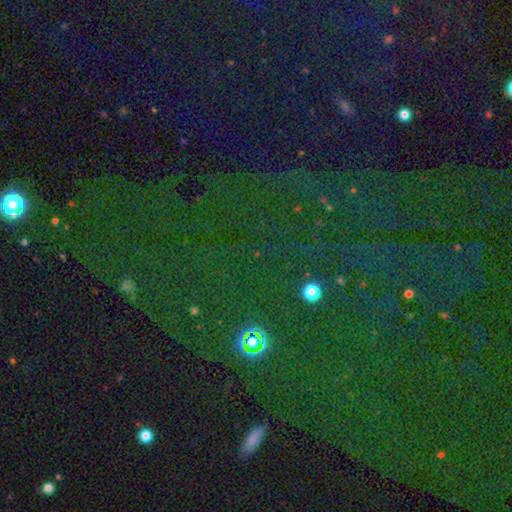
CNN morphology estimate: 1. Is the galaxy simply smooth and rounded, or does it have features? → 79% star or artifact, 14% smooth, 7% featured or disk.